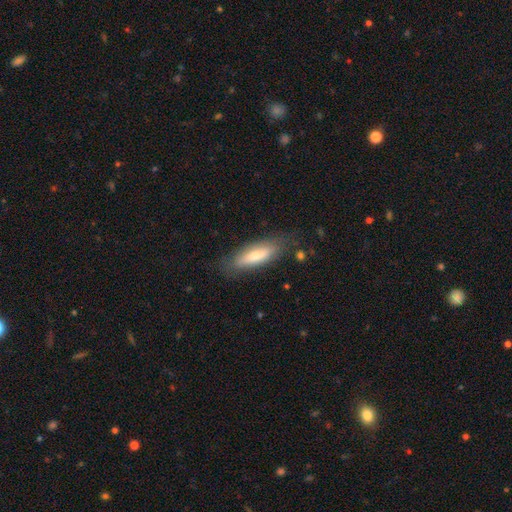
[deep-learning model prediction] This is likely a smooth galaxy (63%). How rounded: possibly cigar-shaped (53%). Merging: likely none (80%).